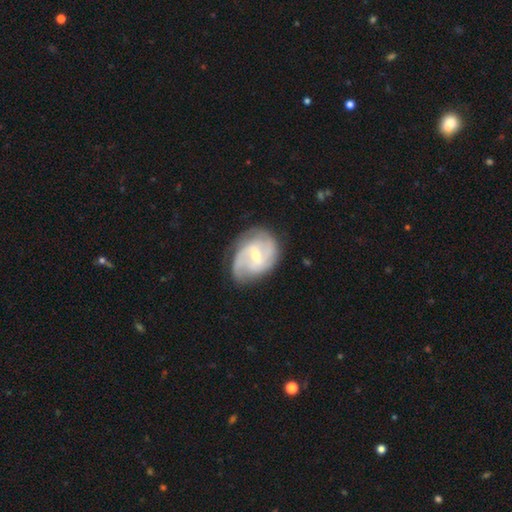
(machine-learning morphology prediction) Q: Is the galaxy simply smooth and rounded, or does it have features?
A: featured or disk — 82%.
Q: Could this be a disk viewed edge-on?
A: no — 97%.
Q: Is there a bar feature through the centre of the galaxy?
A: weak — 59%.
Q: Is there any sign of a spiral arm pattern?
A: yes — 94%.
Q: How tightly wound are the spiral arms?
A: medium — 47%.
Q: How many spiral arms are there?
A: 2 — 58%.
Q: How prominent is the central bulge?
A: moderate — 48%, tied with small.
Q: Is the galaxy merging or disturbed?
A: none — 70%.